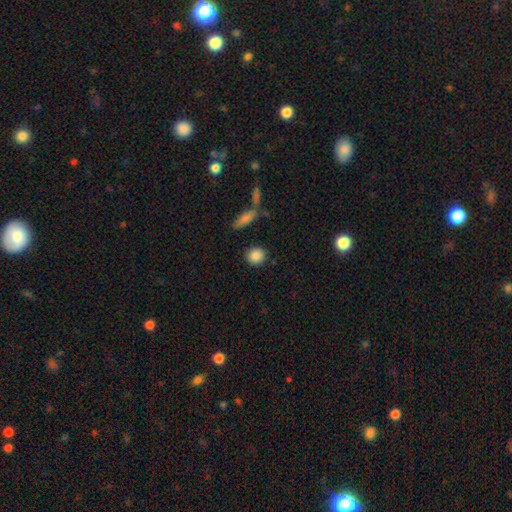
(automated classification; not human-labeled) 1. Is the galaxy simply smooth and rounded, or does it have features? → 86% smooth, 8% star or artifact, 6% featured or disk.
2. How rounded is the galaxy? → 86% round, 12% in between, 2% cigar-shaped.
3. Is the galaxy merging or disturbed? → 86% none, 7% minor disturbance, 4% merger, 3% major disturbance.